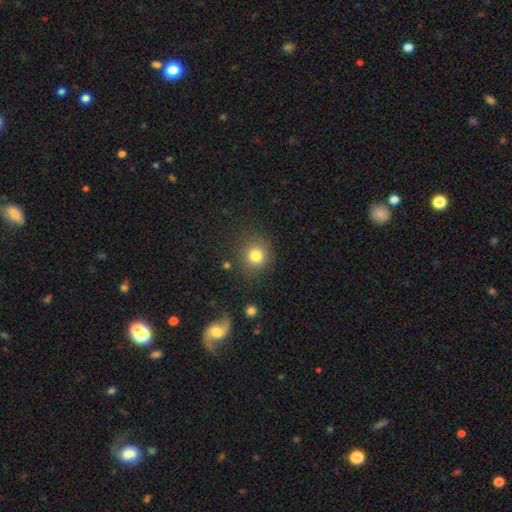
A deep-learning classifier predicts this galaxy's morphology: Q: Smooth or featured?
A: smooth (82%); runner-up: star or artifact (12%)
Q: How rounded?
A: round (90%); runner-up: in between (9%)
Q: Merging?
A: none (83%); runner-up: minor disturbance (10%)